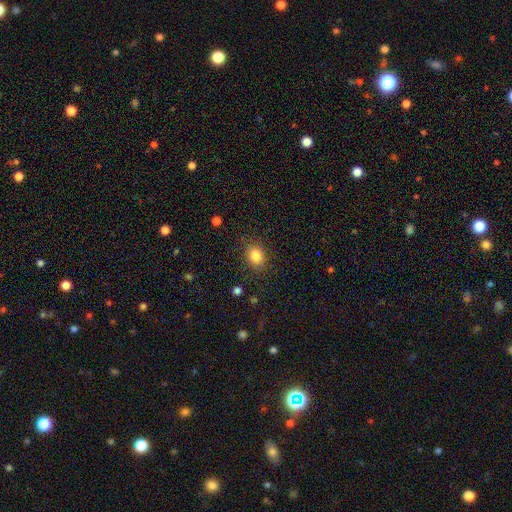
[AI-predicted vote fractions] This is clearly a smooth galaxy (83%). How rounded: possibly round (54%). Merging: clearly none (83%).